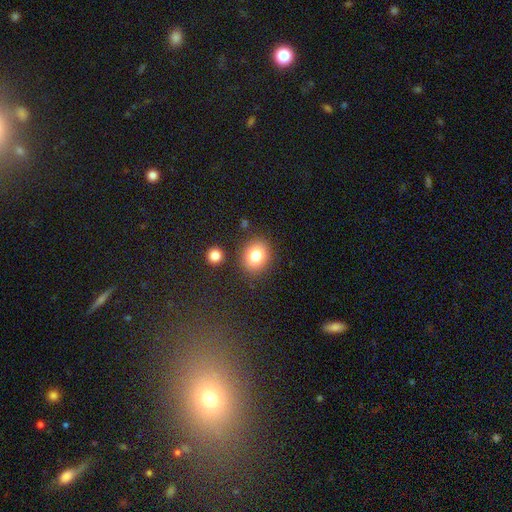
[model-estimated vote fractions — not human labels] A smooth galaxy with no disk features (81%) that is round (62%). Merging: none (84%).